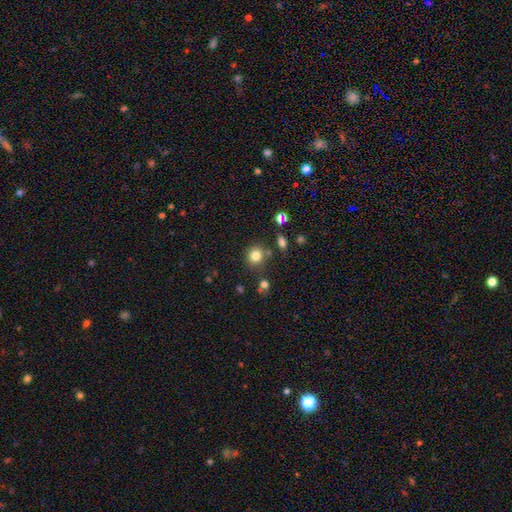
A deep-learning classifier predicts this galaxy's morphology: Q: Smooth or featured?
A: smooth (80%); runner-up: star or artifact (13%)
Q: How rounded?
A: round (87%); runner-up: in between (12%)
Q: Merging?
A: none (77%); runner-up: minor disturbance (10%)